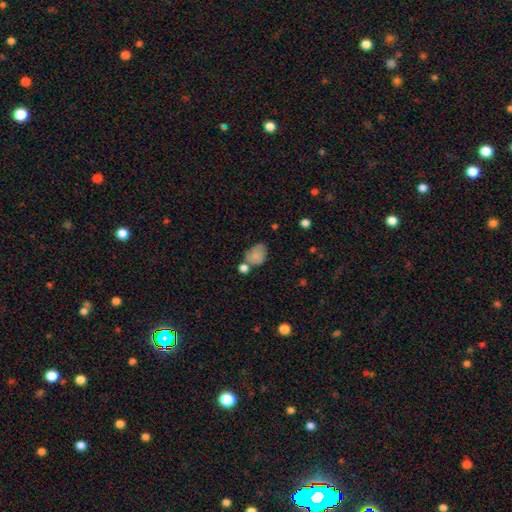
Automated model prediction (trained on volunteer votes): Morphology: type=smooth (76%); roundness=in between (68%); merging=none (41%).